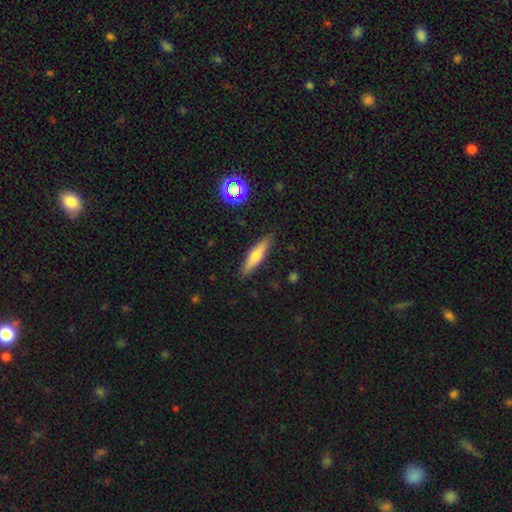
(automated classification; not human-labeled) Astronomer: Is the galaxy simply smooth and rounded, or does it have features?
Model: smooth — 62%.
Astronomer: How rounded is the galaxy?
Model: cigar-shaped — 76%.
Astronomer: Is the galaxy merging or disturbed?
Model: none — 87%.